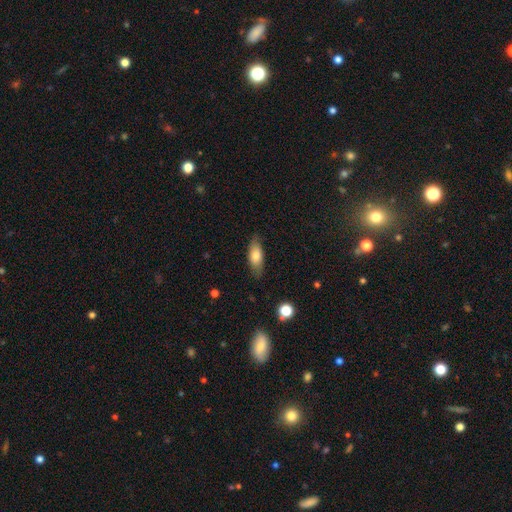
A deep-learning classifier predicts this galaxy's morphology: Smooth or featured?
  - smooth: 74% *
  - featured or disk: 19%
  - star or artifact: 7%
How rounded?
  - in between: 76% *
  - cigar-shaped: 21%
  - round: 3%
Merging?
  - none: 80% *
  - minor disturbance: 16%
  - major disturbance: 3%
  - merger: 1%